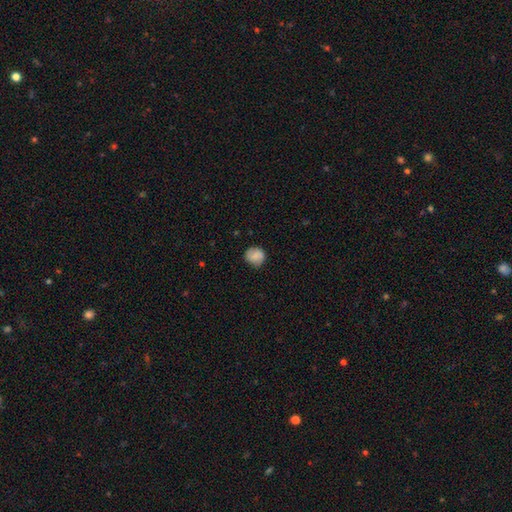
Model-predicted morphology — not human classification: Smooth or featured? Predicted: smooth (p=0.82). How rounded? Predicted: round (p=0.85). Merging? Predicted: none (p=0.77).